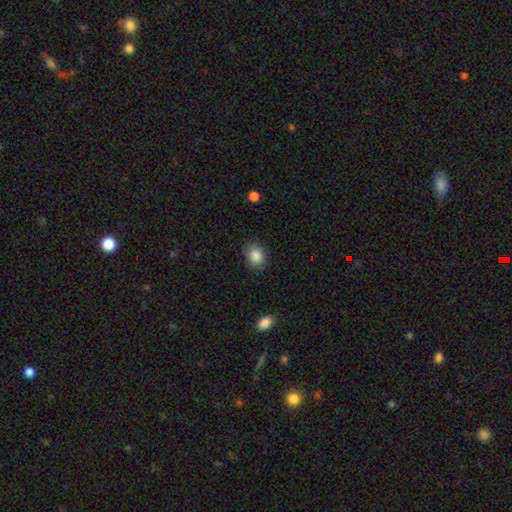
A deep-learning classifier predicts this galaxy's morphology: Q: Smooth or featured?
A: smooth (87%); runner-up: star or artifact (9%)
Q: How rounded?
A: round (51%); runner-up: in between (48%)
Q: Merging?
A: none (84%); runner-up: minor disturbance (11%)